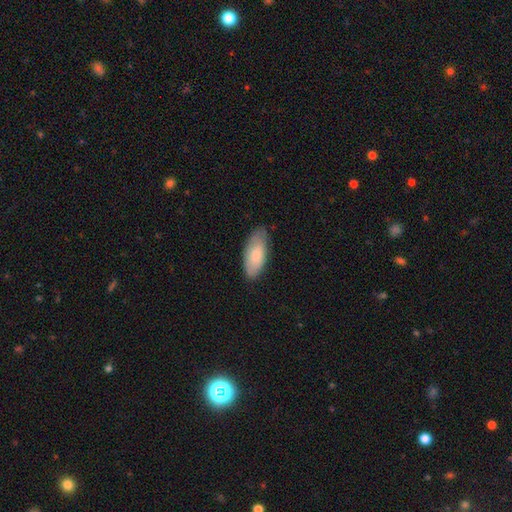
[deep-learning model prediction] Q: Smooth or featured?
A: smooth (79%); runner-up: featured or disk (15%)
Q: How rounded?
A: in between (87%); runner-up: cigar-shaped (12%)
Q: Merging?
A: none (75%); runner-up: minor disturbance (20%)